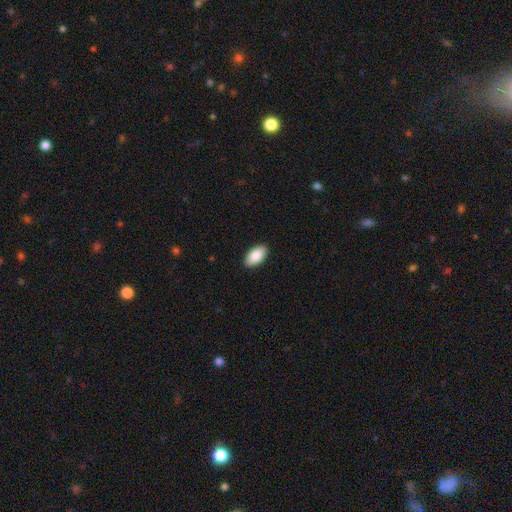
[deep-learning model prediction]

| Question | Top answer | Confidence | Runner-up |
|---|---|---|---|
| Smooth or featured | smooth | 87% | featured or disk (6%) |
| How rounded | in between | 95% | round (3%) |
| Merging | none | 90% | minor disturbance (7%) |